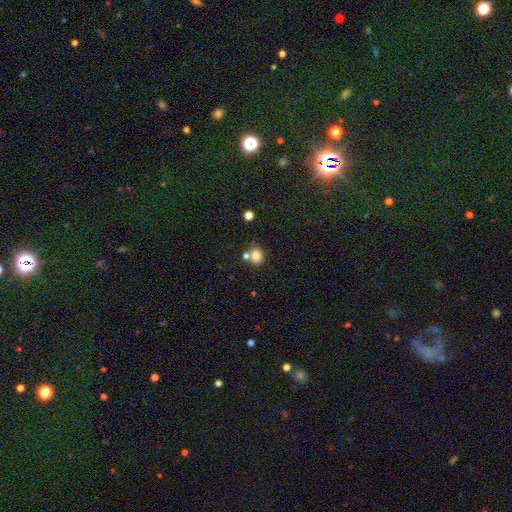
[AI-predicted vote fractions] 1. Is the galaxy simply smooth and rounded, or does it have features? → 81% smooth, 12% star or artifact, 7% featured or disk.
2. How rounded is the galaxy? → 75% round, 24% in between, 1% cigar-shaped.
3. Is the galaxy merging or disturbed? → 61% none, 24% merger, 11% minor disturbance, 4% major disturbance.